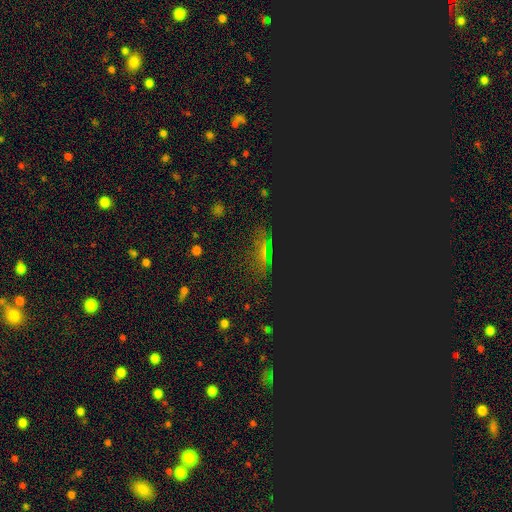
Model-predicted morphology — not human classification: Smooth or featured: star or artifact — 51% (smooth — 36%)